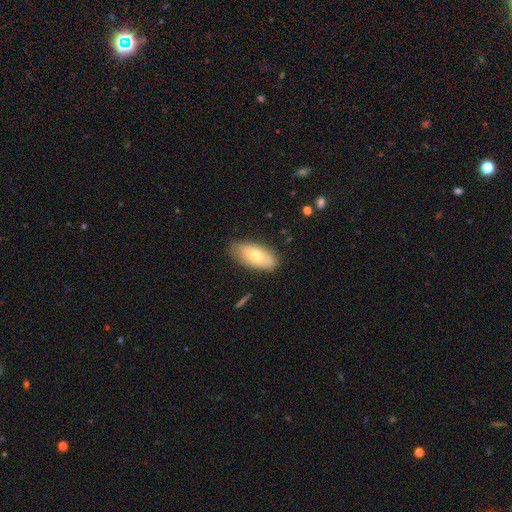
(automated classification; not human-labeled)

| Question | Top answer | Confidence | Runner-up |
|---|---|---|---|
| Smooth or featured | smooth | 66% | featured or disk (28%) |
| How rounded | in between | 91% | cigar-shaped (6%) |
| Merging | none | 79% | minor disturbance (17%) |